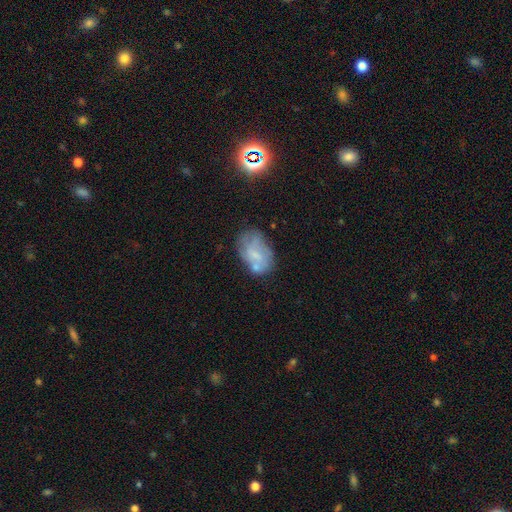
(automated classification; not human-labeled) A featured or disk galaxy (47%). Merging: none (49%).